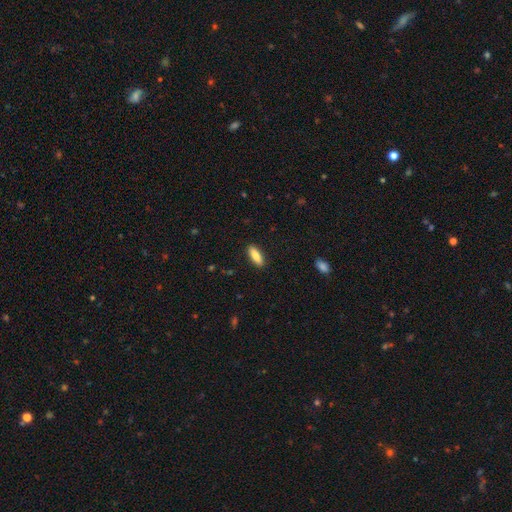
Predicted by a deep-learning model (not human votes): Smooth or featured?
  - smooth: 83% *
  - featured or disk: 11%
  - star or artifact: 6%
How rounded?
  - in between: 63% *
  - cigar-shaped: 35%
  - round: 2%
Merging?
  - none: 89% *
  - minor disturbance: 8%
  - major disturbance: 2%
  - merger: 1%